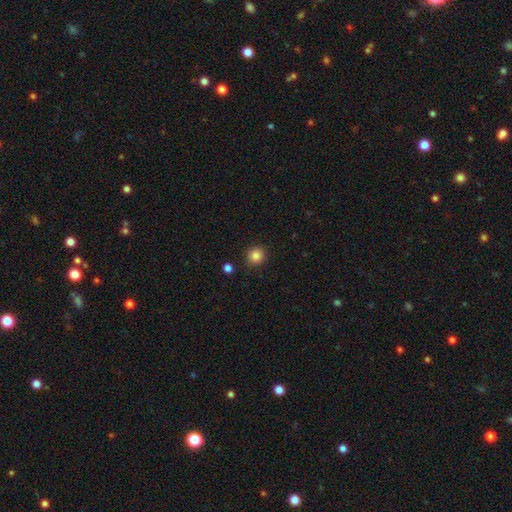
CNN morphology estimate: Q: Smooth or featured?
A: smooth (85%); runner-up: star or artifact (11%)
Q: How rounded?
A: round (90%); runner-up: in between (9%)
Q: Merging?
A: none (90%); runner-up: minor disturbance (6%)